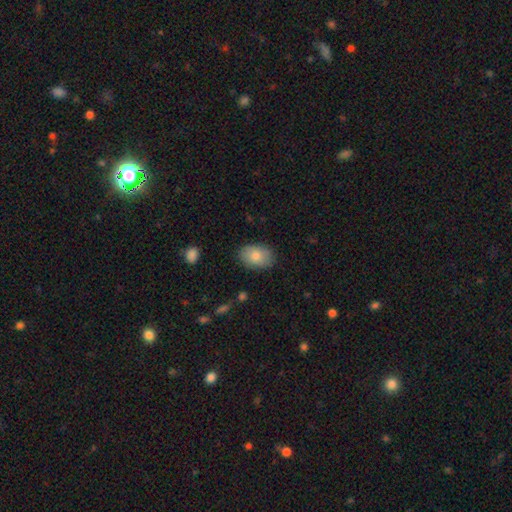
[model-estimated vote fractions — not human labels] This appears to be a smooth galaxy with no disk features (82%) that is in between round and cigar-shaped (84%). Merging: none (85%).